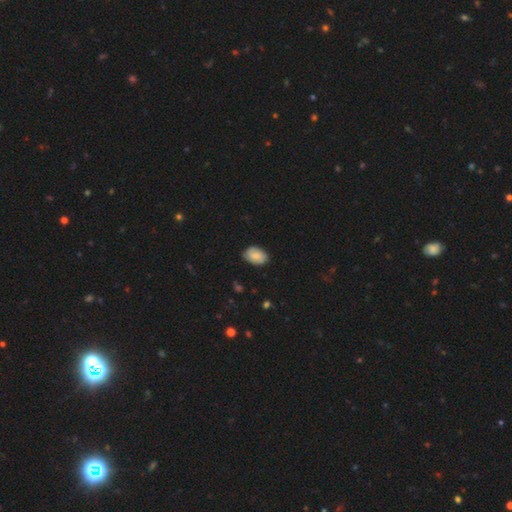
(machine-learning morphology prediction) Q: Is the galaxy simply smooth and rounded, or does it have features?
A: smooth — 82%.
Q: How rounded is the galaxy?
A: in between — 85%.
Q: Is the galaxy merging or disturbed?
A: none — 82%.